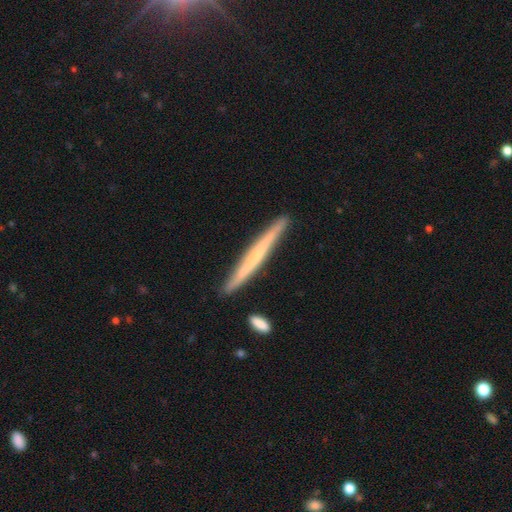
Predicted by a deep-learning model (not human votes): smooth-or-featured: featured or disk: 50% | smooth: 44% | star or artifact: 5%
  disk-edge-on: yes: 96% | no: 4%
  merging: none: 88% | minor disturbance: 8% | merger: 2% | major disturbance: 1%